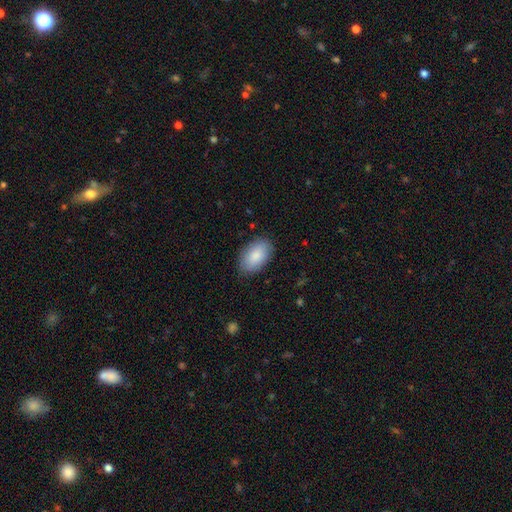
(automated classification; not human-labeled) The model was most divided on "merging": none: 84%, minor disturbance: 12%, major disturbance: 3%, merger: 1%. More confident: how rounded — in between (94%); smooth or featured — smooth (86%).